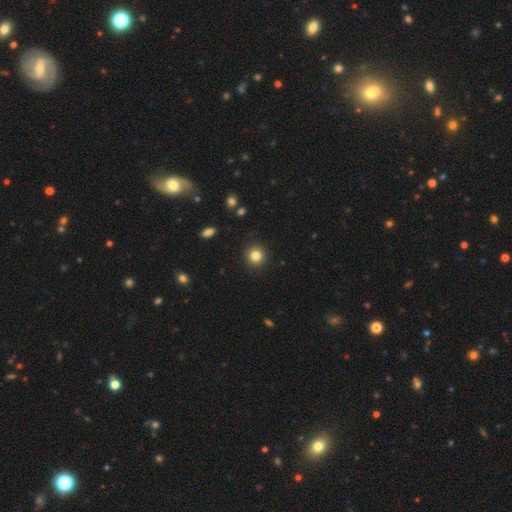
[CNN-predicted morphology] Smooth or featured? smooth (83%)
How rounded? round (93%)
Merging? none (91%)